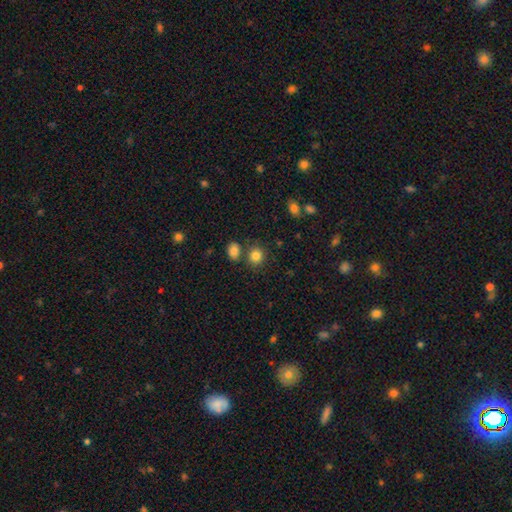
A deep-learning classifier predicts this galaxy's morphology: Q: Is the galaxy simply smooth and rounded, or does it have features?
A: smooth — 83%.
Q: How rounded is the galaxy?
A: round — 80%.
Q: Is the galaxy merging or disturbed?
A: none — 74%.